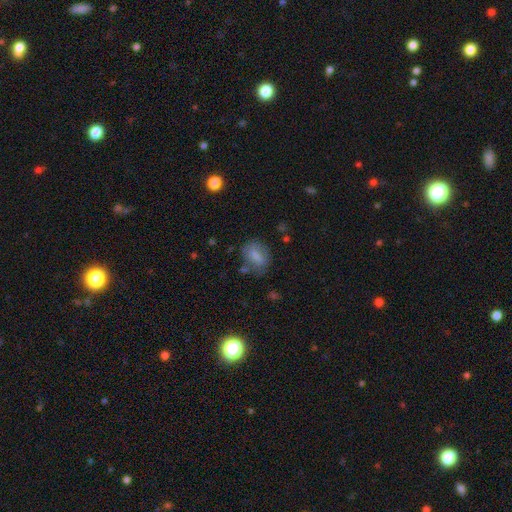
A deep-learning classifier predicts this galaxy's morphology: smooth-or-featured: smooth: 70% | featured or disk: 21% | star or artifact: 9%
  how-rounded: in between: 68% | round: 29% | cigar-shaped: 4%
  merging: none: 60% | minor disturbance: 24% | major disturbance: 10% | merger: 6%